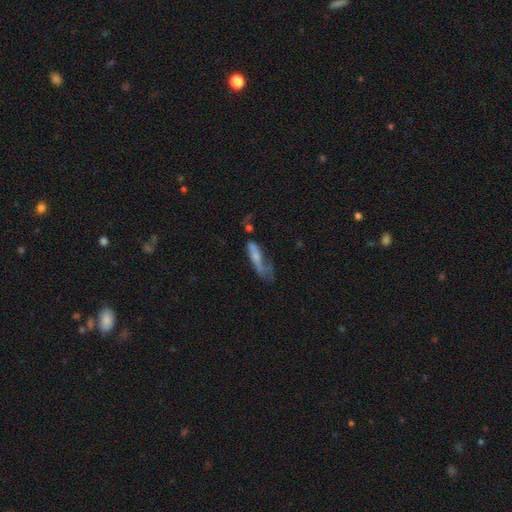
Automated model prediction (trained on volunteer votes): Q: Smooth or featured?
A: smooth (51%); runner-up: featured or disk (40%)
Q: How rounded?
A: cigar-shaped (61%); runner-up: in between (37%)
Q: Merging?
A: major disturbance (39%); runner-up: none (26%)